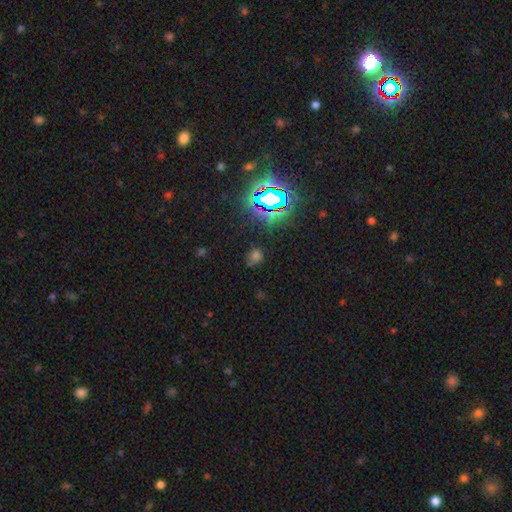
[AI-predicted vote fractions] smooth_or_featured: smooth (p=0.50) [alt: star or artifact p=0.41]
how_rounded: round (p=0.61) [alt: in between p=0.37]
merging: none (p=0.67) [alt: minor disturbance p=0.19]